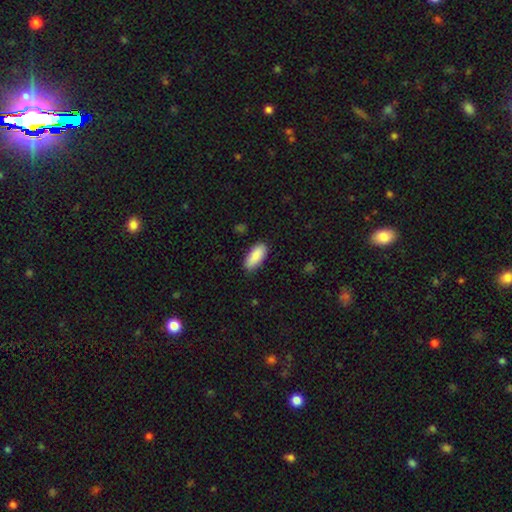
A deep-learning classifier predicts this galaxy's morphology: smooth_or_featured: smooth (p=0.89) [alt: star or artifact p=0.06]
how_rounded: in between (p=0.85) [alt: cigar-shaped p=0.13]
merging: none (p=0.83) [alt: minor disturbance p=0.13]